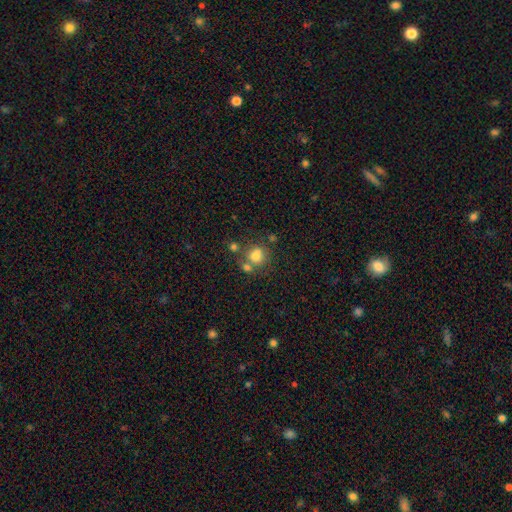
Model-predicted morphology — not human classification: Smooth or featured? Predicted: smooth (p=0.72). How rounded? Predicted: round (p=0.71). Merging? Predicted: none (p=0.47).